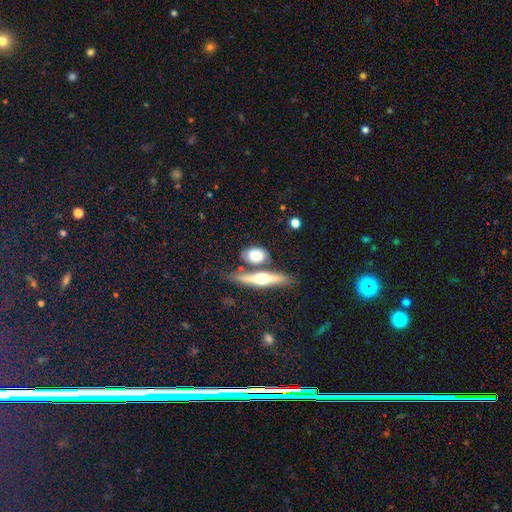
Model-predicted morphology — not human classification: Q: Smooth or featured?
A: smooth (65%); runner-up: featured or disk (28%)
Q: How rounded?
A: in between (55%); runner-up: round (25%)
Q: Merging?
A: none (63%); runner-up: merger (20%)